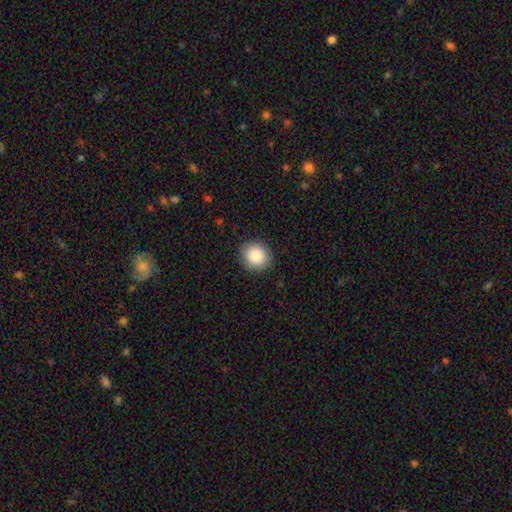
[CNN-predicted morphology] Q: Smooth or featured?
A: smooth (87%); runner-up: star or artifact (8%)
Q: How rounded?
A: round (77%); runner-up: in between (22%)
Q: Merging?
A: none (88%); runner-up: minor disturbance (8%)